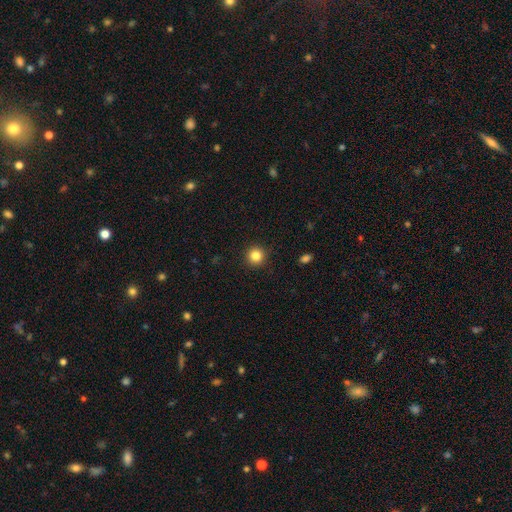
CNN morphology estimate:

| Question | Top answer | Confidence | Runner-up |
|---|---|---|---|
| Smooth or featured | smooth | 84% | star or artifact (12%) |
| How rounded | round | 95% | in between (4%) |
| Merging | none | 93% | minor disturbance (5%) |